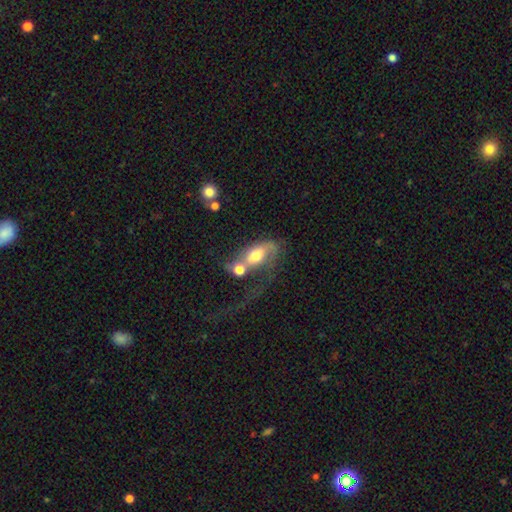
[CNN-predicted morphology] The model was most divided on "smooth or featured": smooth: 47%, featured or disk: 44%, star or artifact: 9%. More confident: merging — merger (53%).